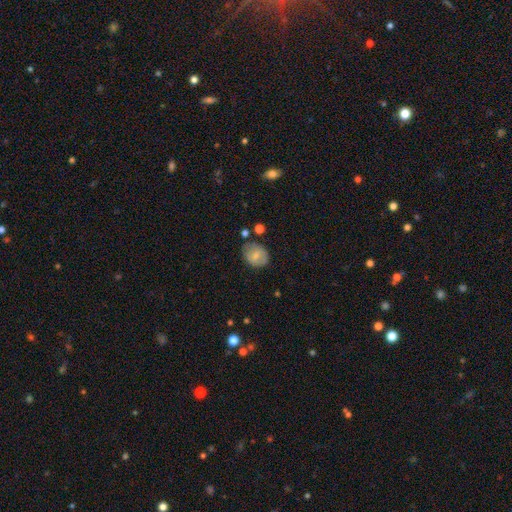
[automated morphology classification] smooth 70%, featured or disk 22%, star or artifact 8%. Down the decision tree: how rounded — round (55%); merging — none (69%).